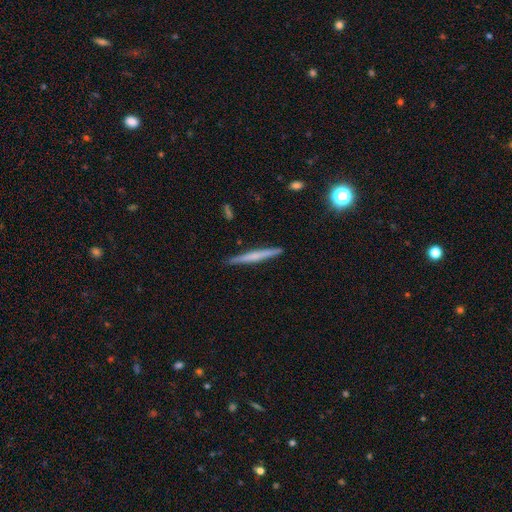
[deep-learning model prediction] Morphology: type=featured or disk (48%); merging=none (90%).